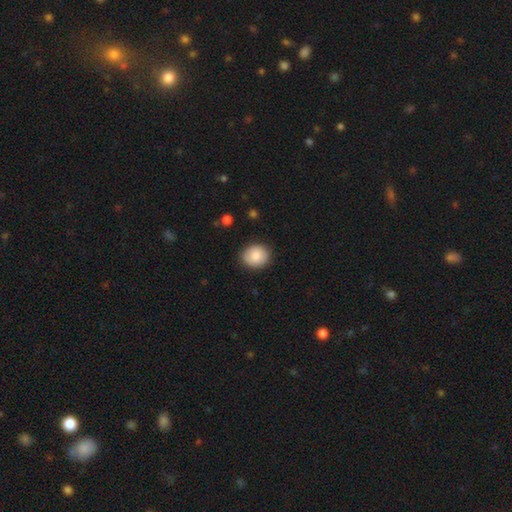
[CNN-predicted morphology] A smooth galaxy with no disk features (85%) that is round (69%).

Vote fractions:
- Smooth or featured? smooth: 85% / featured or disk: 8% / star or artifact: 7%
- How rounded? round: 69% / in between: 30% / cigar-shaped: 1%
- Merging? none: 86% / minor disturbance: 10% / major disturbance: 2% / merger: 1%